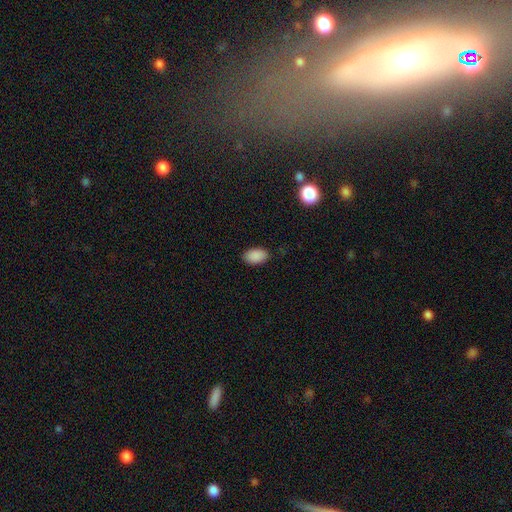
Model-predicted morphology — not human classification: Smooth or featured? smooth (89%)
How rounded? in between (93%)
Merging? none (86%)